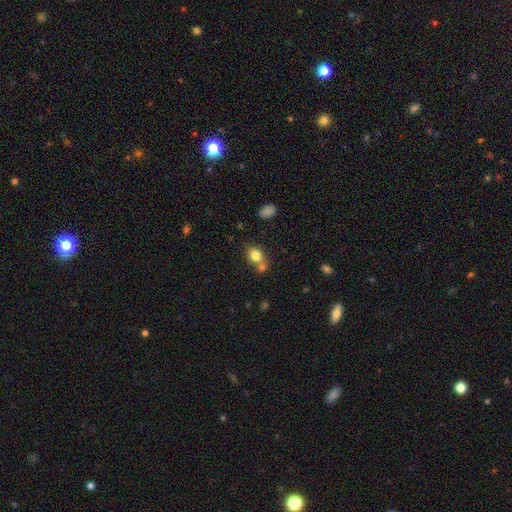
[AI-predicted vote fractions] A smooth galaxy with no disk features (80%) that is in between round and cigar-shaped (53%). Merging: none (51%).